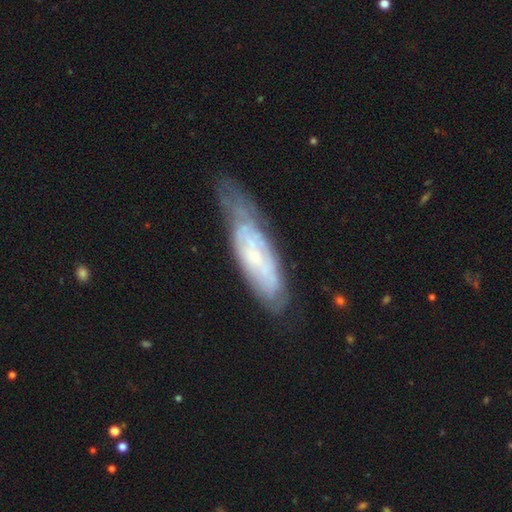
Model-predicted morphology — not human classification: Smooth or featured? featured or disk (61%)
Edge-on disk? no (74%)
Merging? none (47%)